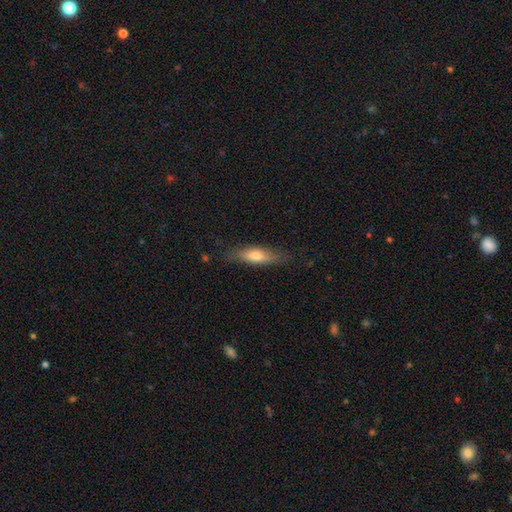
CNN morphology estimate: This is likely a smooth galaxy (62%). How rounded: likely cigar-shaped (63%). Merging: likely none (78%).